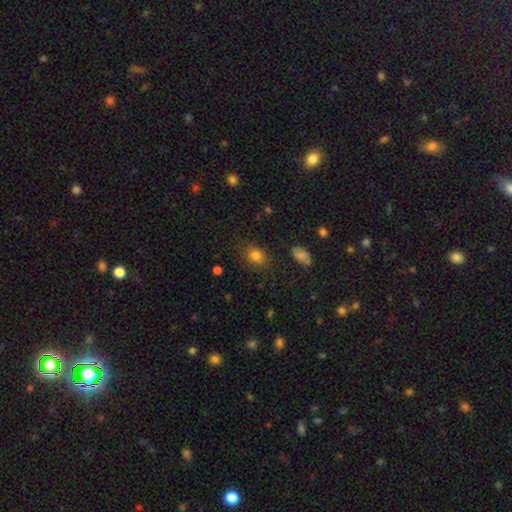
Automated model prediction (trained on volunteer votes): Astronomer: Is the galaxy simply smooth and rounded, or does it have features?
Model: smooth — 81%.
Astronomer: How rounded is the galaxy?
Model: in between — 61% (runner-up: round, 37%).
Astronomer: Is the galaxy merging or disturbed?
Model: none — 80%.